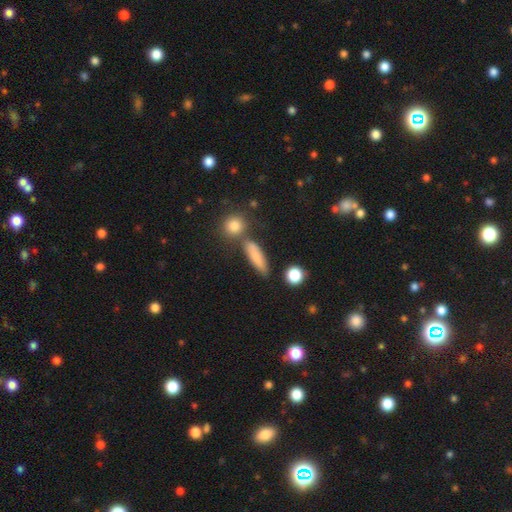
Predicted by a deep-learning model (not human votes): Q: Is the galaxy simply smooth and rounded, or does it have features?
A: smooth — 79%.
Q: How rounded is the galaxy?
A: cigar-shaped — 55%.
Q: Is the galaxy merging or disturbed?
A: none — 68%.